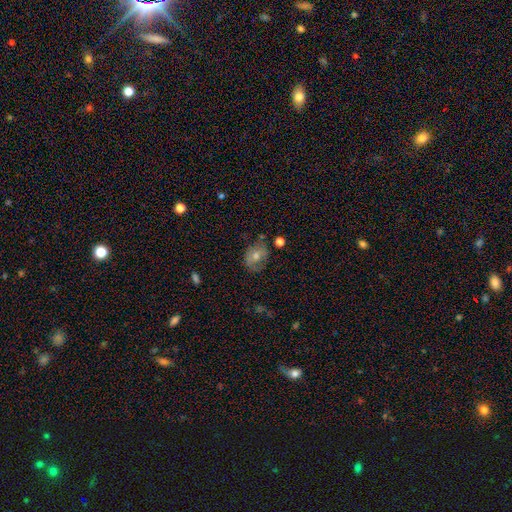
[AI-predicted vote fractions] smooth-or-featured: smooth: 47% | featured or disk: 40% | star or artifact: 13%
  merging: none: 65% | minor disturbance: 22% | major disturbance: 9% | merger: 3%